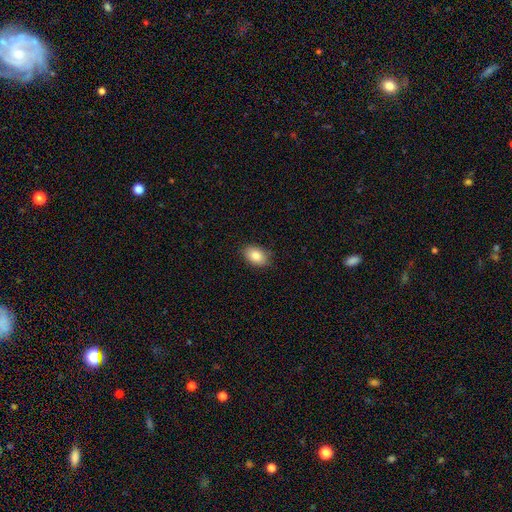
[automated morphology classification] A smooth galaxy with no disk features (86%) that is in between round and cigar-shaped (88%).

Vote fractions:
- Smooth or featured? smooth: 86% / star or artifact: 7% / featured or disk: 6%
- How rounded? in between: 88% / round: 11% / cigar-shaped: 1%
- Merging? none: 85% / minor disturbance: 11% / major disturbance: 2% / merger: 1%